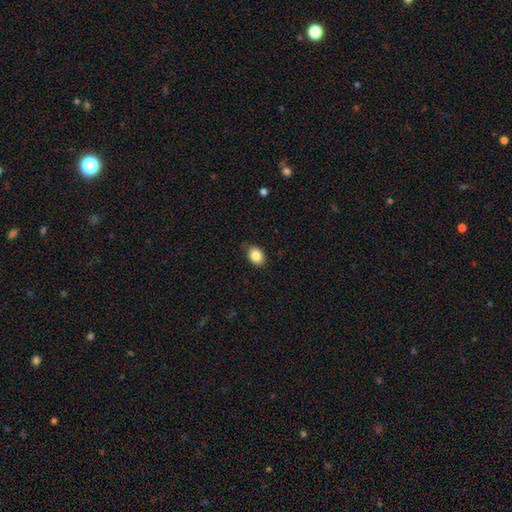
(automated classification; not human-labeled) Smooth or featured? Predicted: smooth (p=0.85). How rounded? Predicted: in between (p=0.69). Merging? Predicted: none (p=0.78).